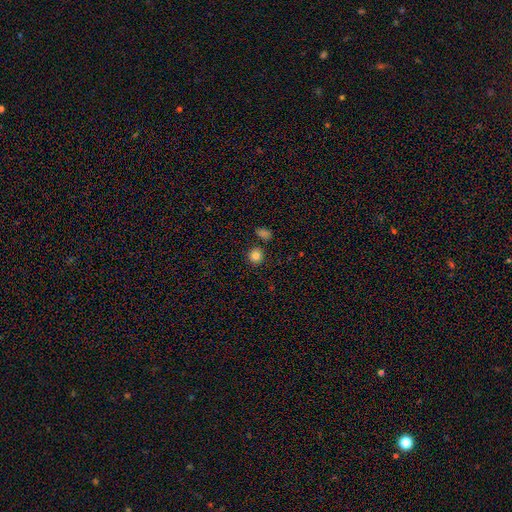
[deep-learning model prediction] smooth_or_featured: smooth (p=0.83) [alt: star or artifact p=0.11]
how_rounded: round (p=0.88) [alt: in between p=0.11]
merging: none (p=0.85) [alt: minor disturbance p=0.07]